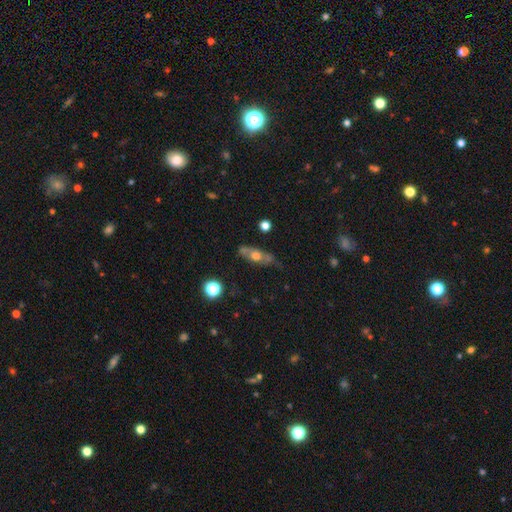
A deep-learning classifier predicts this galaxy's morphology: A featured or disk galaxy (46%). Merging: none (64%).